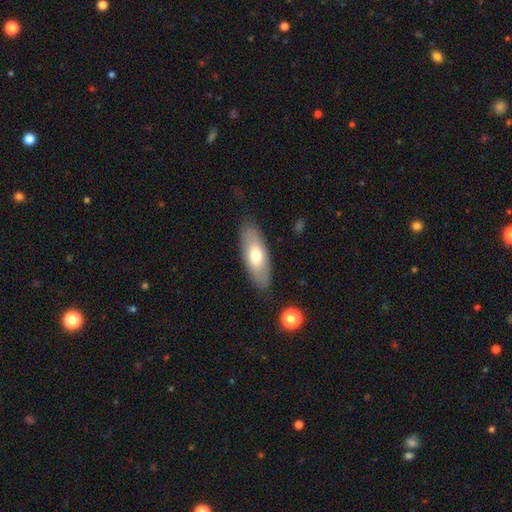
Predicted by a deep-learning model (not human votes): A smooth galaxy with no disk features (66%) that is in between round and cigar-shaped (72%). Merging: none (84%).